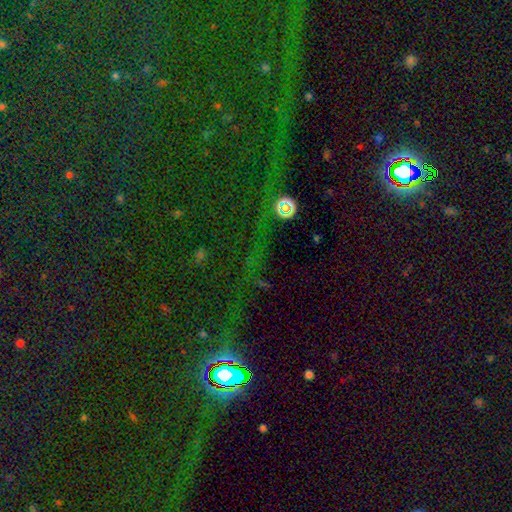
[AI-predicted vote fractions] A star or artifact, not a galaxy (80%).

Vote fractions:
- Smooth or featured? star or artifact: 80% / smooth: 12% / featured or disk: 8%